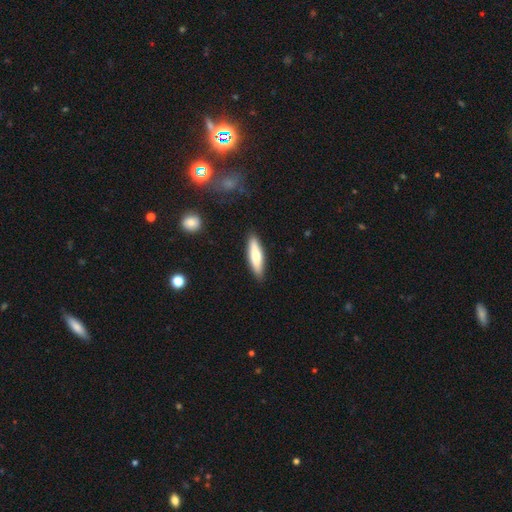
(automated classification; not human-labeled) This appears to be a smooth galaxy with no disk features (64%) that is cigar-shaped (72%). Merging: none (89%).